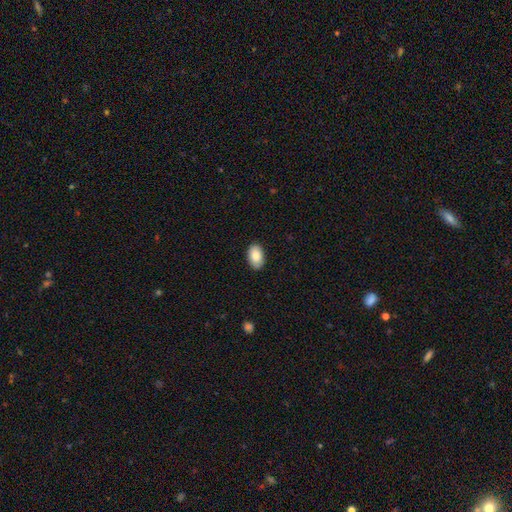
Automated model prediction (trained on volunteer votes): smooth-or-featured: smooth: 86% | featured or disk: 7% | star or artifact: 7%
  how-rounded: in between: 93% | round: 6% | cigar-shaped: 1%
  merging: none: 88% | minor disturbance: 9% | major disturbance: 2% | merger: 1%